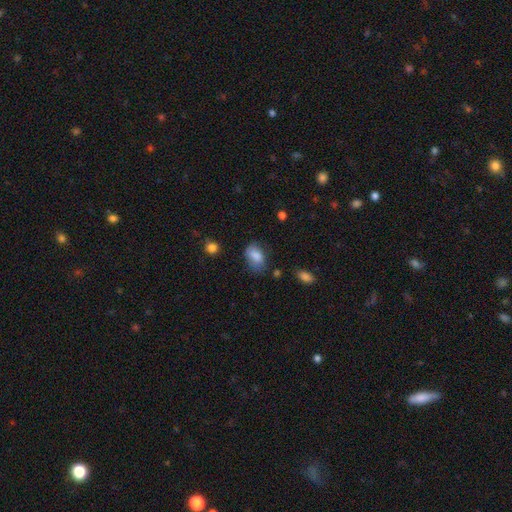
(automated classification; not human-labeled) Morphology: type=smooth (82%); roundness=in between (87%); merging=none (61%).